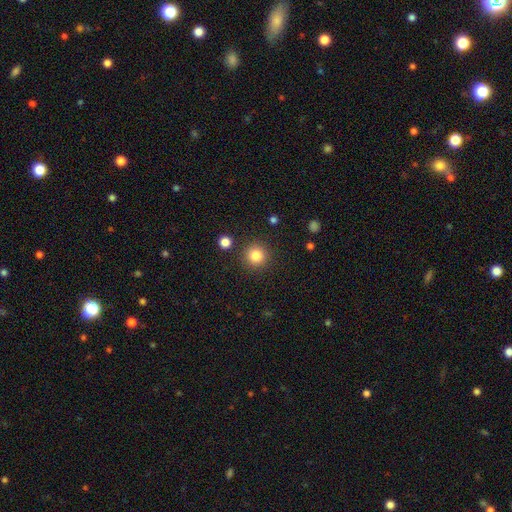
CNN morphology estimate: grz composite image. It shows a smooth galaxy with no disk features (84%) that is round (95%). Merging: none (89%).